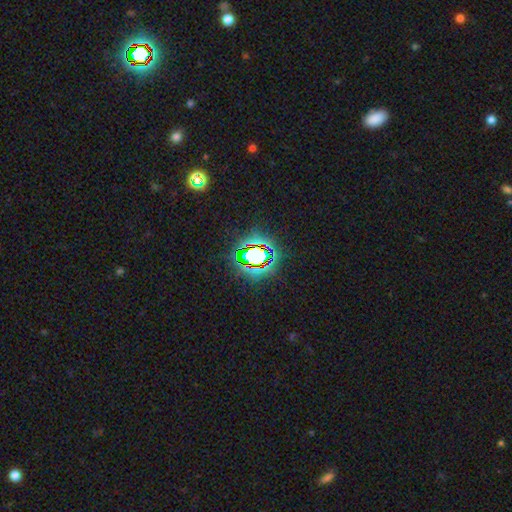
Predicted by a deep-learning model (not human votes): star or artifact 68%, smooth 20%, featured or disk 12%.